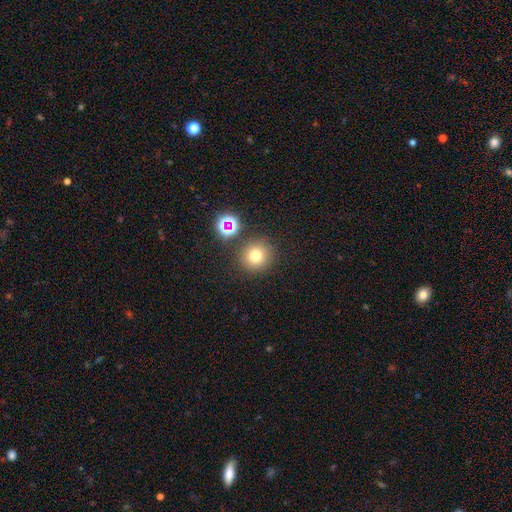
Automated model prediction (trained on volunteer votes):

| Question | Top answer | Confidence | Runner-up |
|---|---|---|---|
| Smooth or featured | smooth | 74% | star or artifact (18%) |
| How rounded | round | 92% | in between (7%) |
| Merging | none | 84% | minor disturbance (7%) |